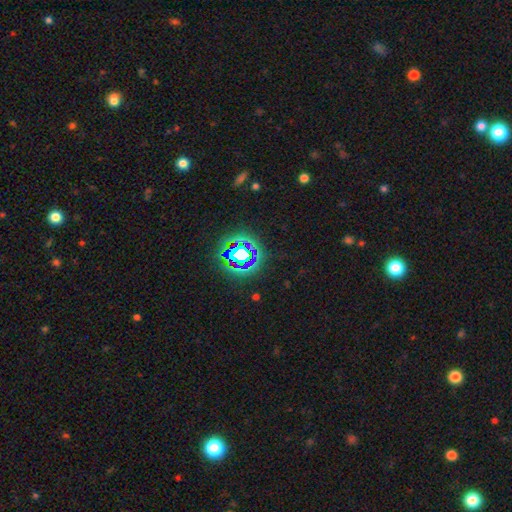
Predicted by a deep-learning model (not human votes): Smooth or featured: star or artifact — 80% (smooth — 13%)